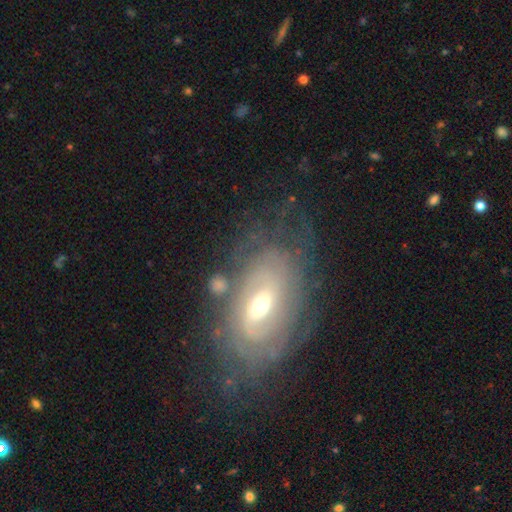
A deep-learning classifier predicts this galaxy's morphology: This appears to be a featured or disk galaxy (77%) with a weak bar (43%), tight (74%) spiral arms (82%) and a moderate central bulge (61%). Merging: none (72%).